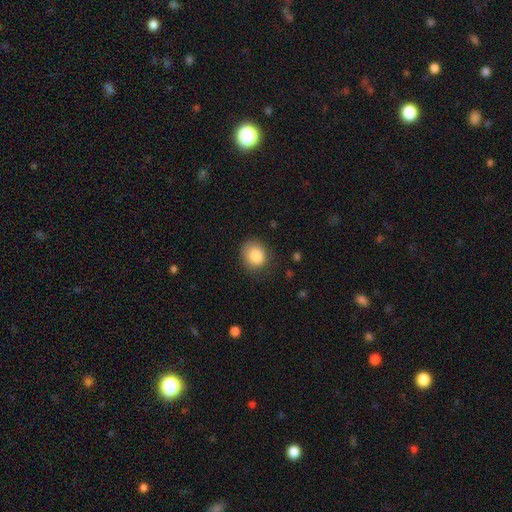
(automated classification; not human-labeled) Smooth or featured? smooth (86%)
How rounded? round (68%)
Merging? none (76%)